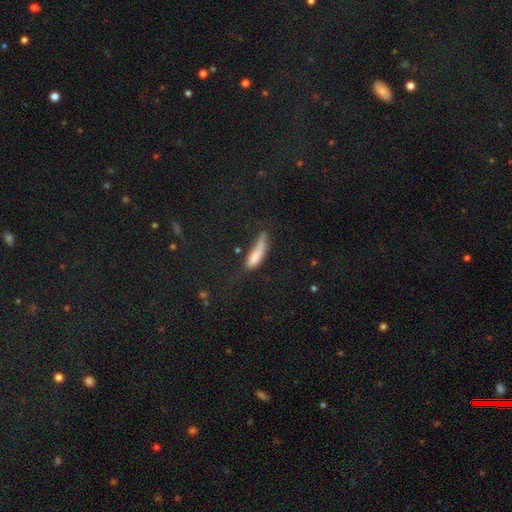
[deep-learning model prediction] Morphology: type=smooth (75%); roundness=cigar-shaped (61%); merging=minor disturbance (32%).